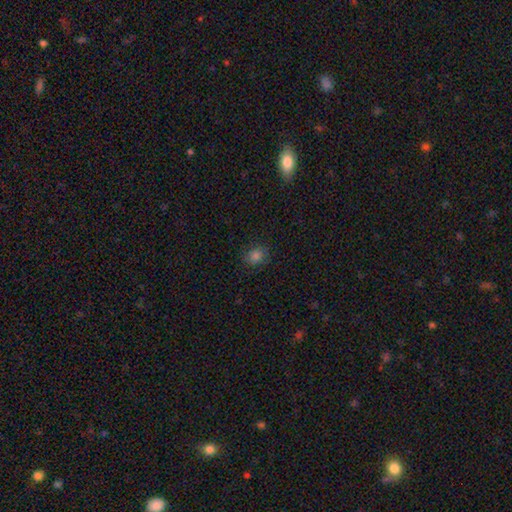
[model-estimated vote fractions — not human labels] Q: Smooth or featured?
A: smooth (80%); runner-up: star or artifact (15%)
Q: How rounded?
A: round (59%); runner-up: in between (40%)
Q: Merging?
A: none (84%); runner-up: minor disturbance (12%)